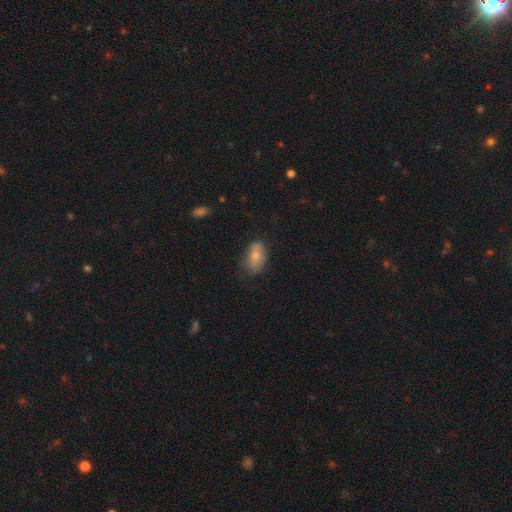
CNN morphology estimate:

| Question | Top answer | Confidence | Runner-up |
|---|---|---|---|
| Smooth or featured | smooth | 72% | featured or disk (20%) |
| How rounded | in between | 87% | round (9%) |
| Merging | none | 64% | minor disturbance (27%) |